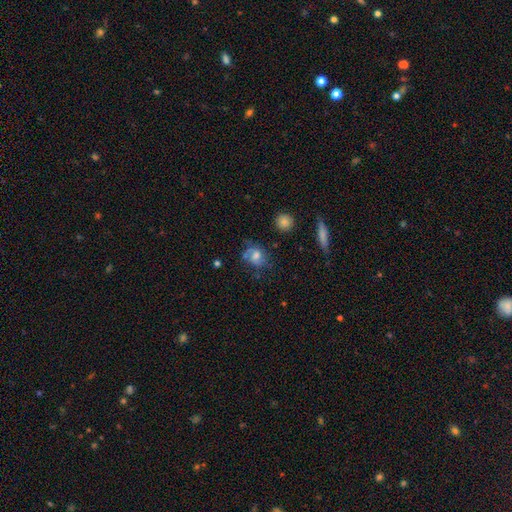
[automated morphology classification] This appears to be a featured or disk galaxy (45%). Merging: none (57%).